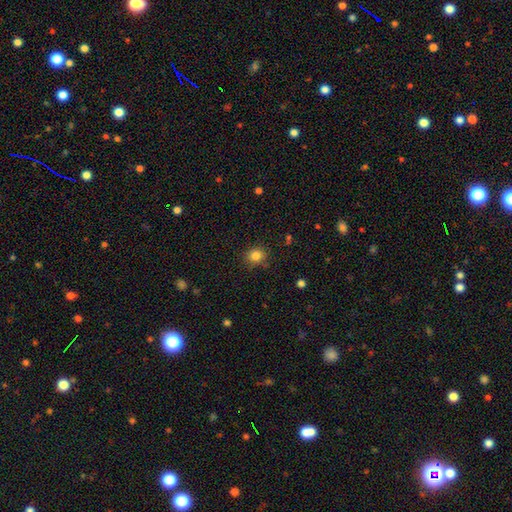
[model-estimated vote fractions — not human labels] This appears to be a smooth galaxy with no disk features (83%) that is round (75%). Merging: none (82%).